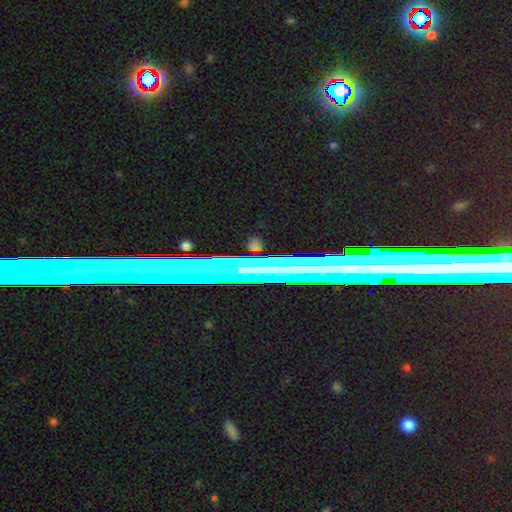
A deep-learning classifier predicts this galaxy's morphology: smooth_or_featured: star or artifact (p=0.52) [alt: featured or disk p=0.29]